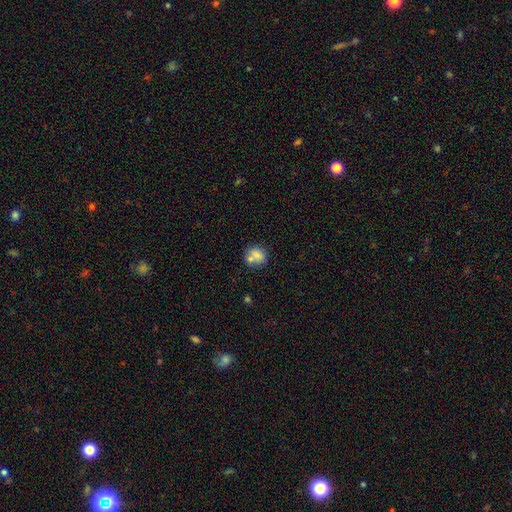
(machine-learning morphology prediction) type=smooth (75%); roundness=round (65%); merging=none (55%).